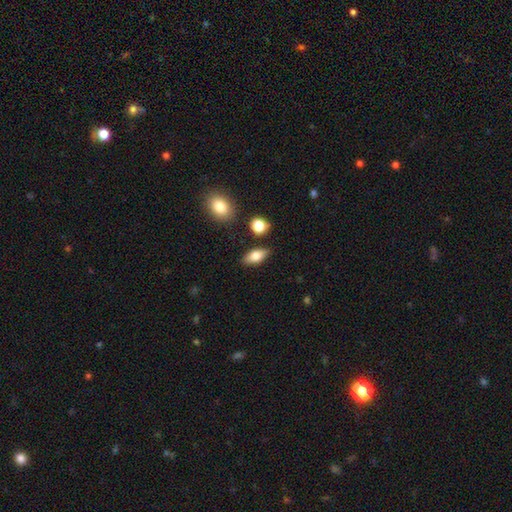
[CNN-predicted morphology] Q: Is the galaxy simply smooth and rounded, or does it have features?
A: smooth — 77%.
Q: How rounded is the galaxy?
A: in between — 85%.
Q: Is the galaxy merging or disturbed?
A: none — 83%.